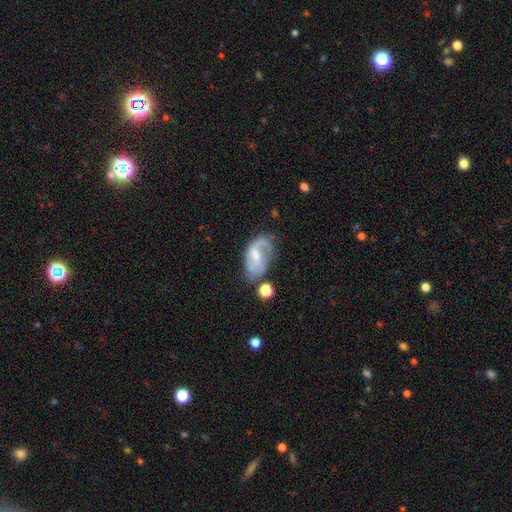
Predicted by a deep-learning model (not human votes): The model was most divided on "bulge size": moderate: 41%, small: 39%, none: 14%, large: 5%, dominant: 1%. Remaining: edge-on disk — no (95%); spiral arms — yes (78%); smooth or featured — featured or disk (66%); bar — weak (51%); merging — none (40%).